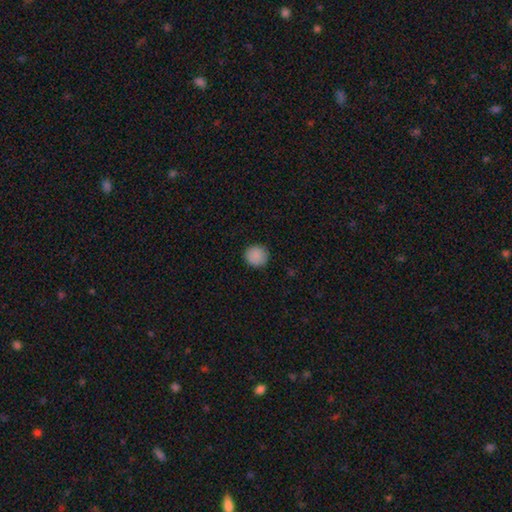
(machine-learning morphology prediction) This appears to be a smooth galaxy with no disk features (88%) that is round (92%). Merging: none (90%).